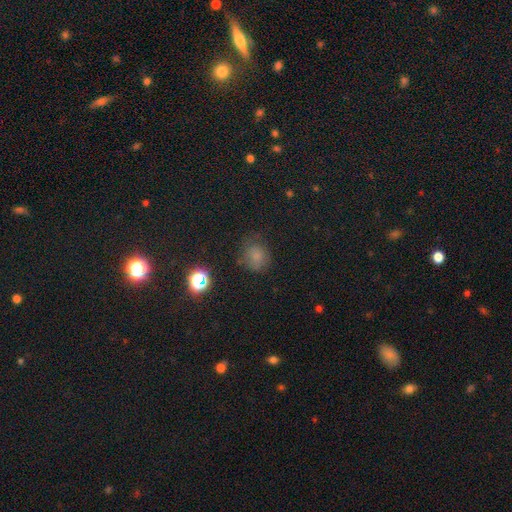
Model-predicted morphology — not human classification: Overall: smooth (70%). How rounded: round (75%). Merging: none (69%).